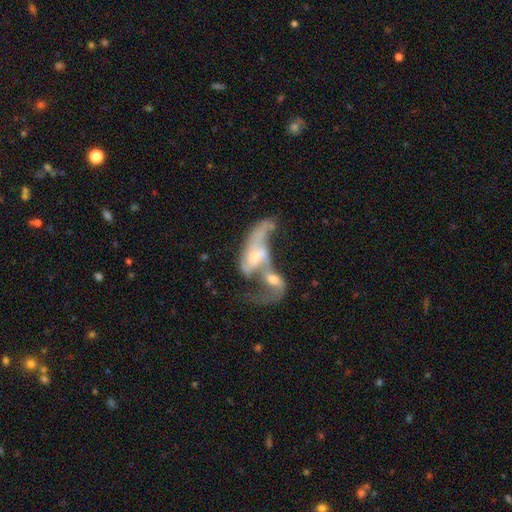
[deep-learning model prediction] featured or disk 69%, smooth 22%, star or artifact 9%. Down the decision tree: edge-on disk — no (92%); bar — no (58%); spiral arms — yes (71%); bulge size — moderate (39%); merging — merger (72%).